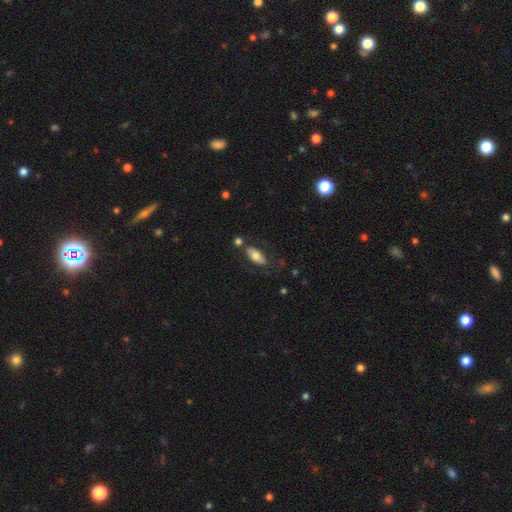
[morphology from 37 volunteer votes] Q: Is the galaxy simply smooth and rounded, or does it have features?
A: smooth — 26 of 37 (70%).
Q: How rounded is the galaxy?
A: in between — 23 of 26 (88%).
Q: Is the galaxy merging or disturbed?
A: none — 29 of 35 (83%).